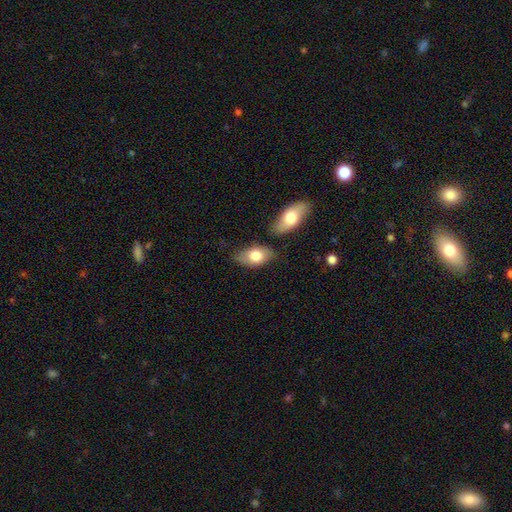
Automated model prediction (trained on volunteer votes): The model was most divided on "merging": none: 69%, minor disturbance: 17%, merger: 9%, major disturbance: 4%. More confident: how rounded — in between (91%); smooth or featured — smooth (76%).